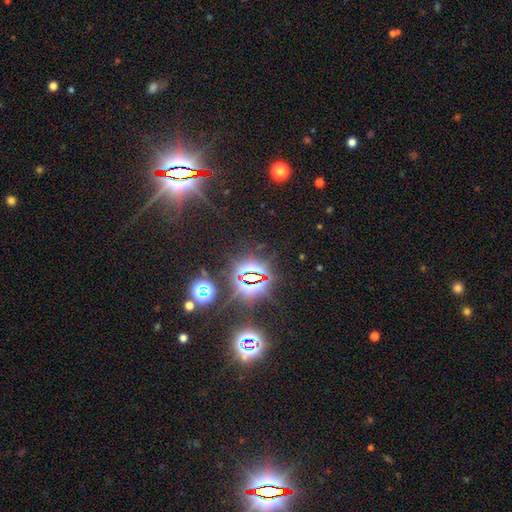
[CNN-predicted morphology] Smooth or featured?
  - star or artifact: 84% *
  - smooth: 9%
  - featured or disk: 7%